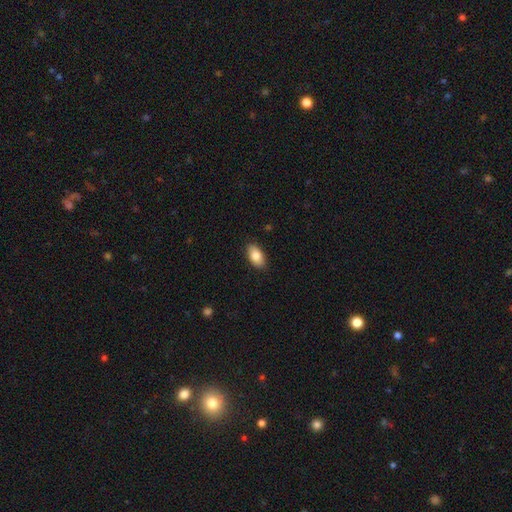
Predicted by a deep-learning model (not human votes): Smooth or featured? Predicted: smooth (p=0.85). How rounded? Predicted: in between (p=0.93). Merging? Predicted: none (p=0.87).